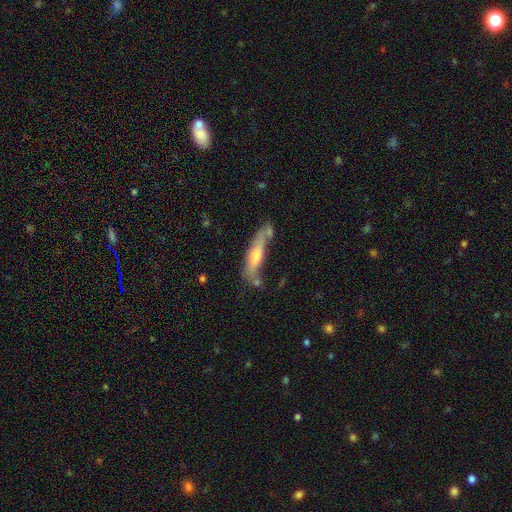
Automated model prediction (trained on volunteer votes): smooth-or-featured: smooth: 50% | featured or disk: 43% | star or artifact: 7%
  merging: none: 49% | minor disturbance: 24% | merger: 15% | major disturbance: 11%